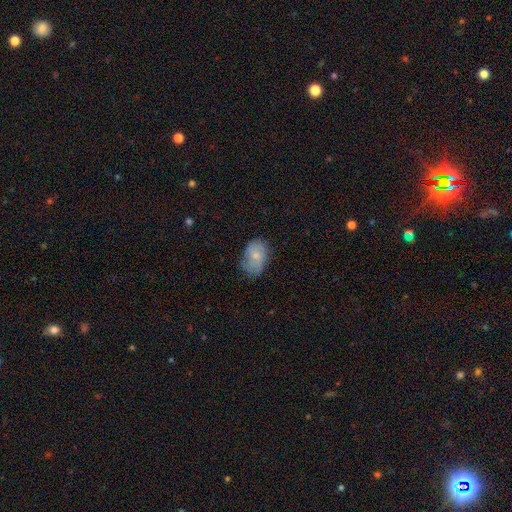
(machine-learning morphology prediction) smooth_or_featured: smooth (p=0.72) [alt: featured or disk p=0.20]
how_rounded: in between (p=0.84) [alt: round p=0.15]
merging: none (p=0.62) [alt: minor disturbance p=0.29]